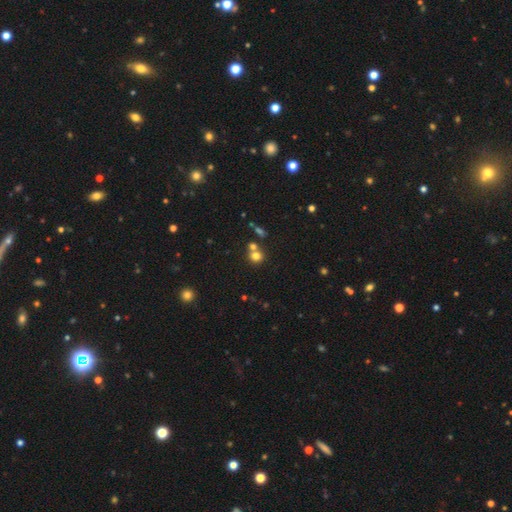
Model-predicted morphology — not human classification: smooth_or_featured: smooth (p=0.74) [alt: star or artifact p=0.16]
how_rounded: round (p=0.85) [alt: in between p=0.14]
merging: none (p=0.57) [alt: merger p=0.32]